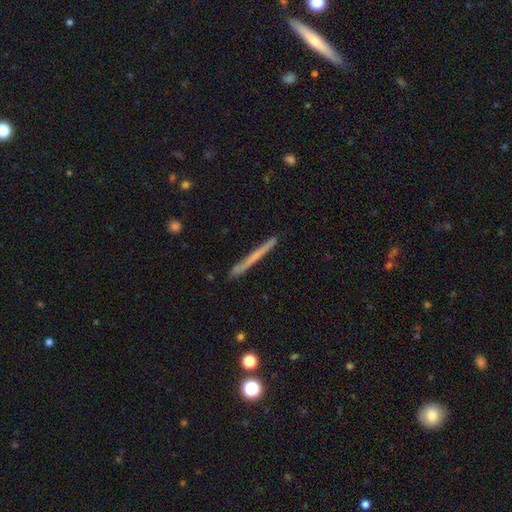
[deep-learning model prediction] Smooth or featured? smooth (50%)
How rounded? cigar-shaped (97%)
Merging? none (89%)